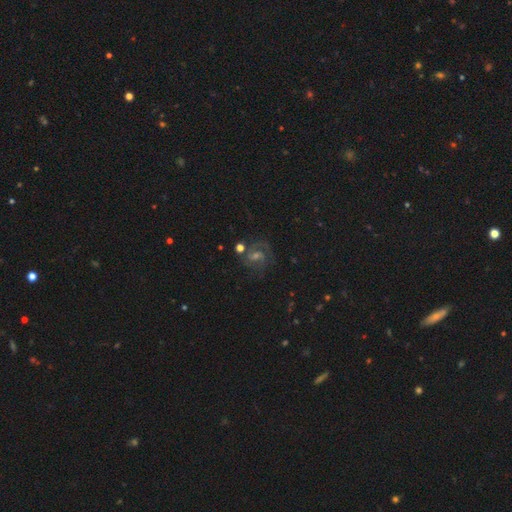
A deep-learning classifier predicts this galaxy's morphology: Smooth or featured: featured or disk — 63% (star or artifact — 22%)
Edge-on disk: no — 97% (yes — 3%)
Bar: weak — 49% (no — 34%)
Spiral arms: yes — 88% (no — 12%)
Spiral winding: medium — 50% (tight — 35%)
Spiral arm count: 2 — 62% (can't tell — 18%)
Bulge size: small — 44% (moderate — 42%)
Merging: none — 68% (minor disturbance — 14%)